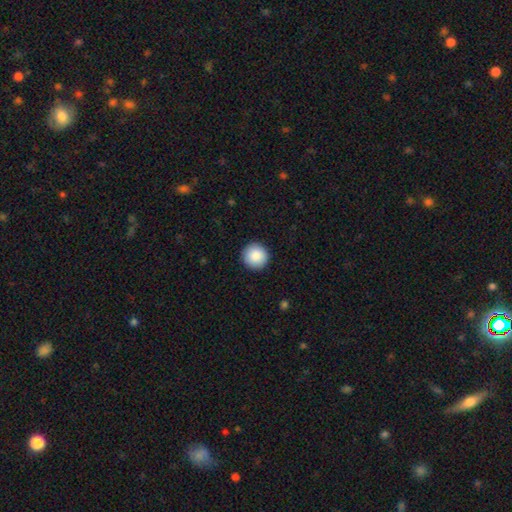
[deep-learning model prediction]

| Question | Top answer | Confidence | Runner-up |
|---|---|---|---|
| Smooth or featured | smooth | 89% | star or artifact (7%) |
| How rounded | round | 96% | in between (3%) |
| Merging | none | 93% | minor disturbance (5%) |